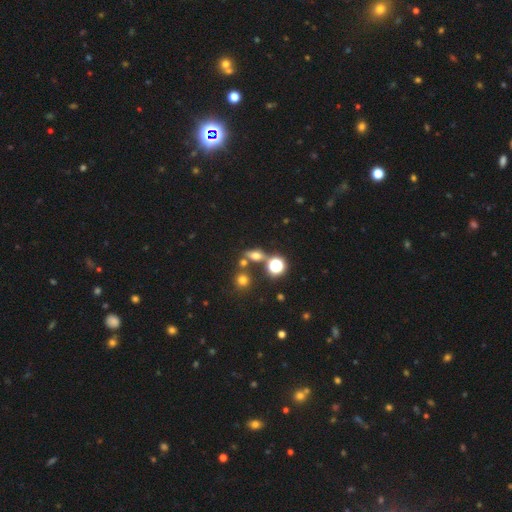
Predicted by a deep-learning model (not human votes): Smooth or featured? smooth (54%)
How rounded? in between (54%)
Merging? none (63%)